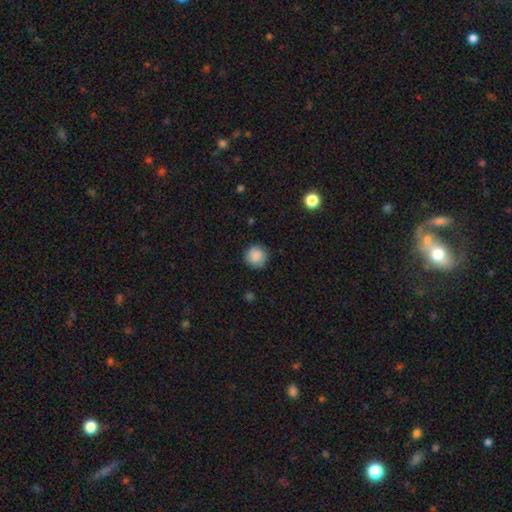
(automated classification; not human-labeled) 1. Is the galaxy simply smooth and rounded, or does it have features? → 88% smooth, 8% star or artifact, 4% featured or disk.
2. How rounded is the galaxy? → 95% round, 4% in between, 1% cigar-shaped.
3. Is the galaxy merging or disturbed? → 88% none, 9% minor disturbance, 2% major disturbance, 1% merger.